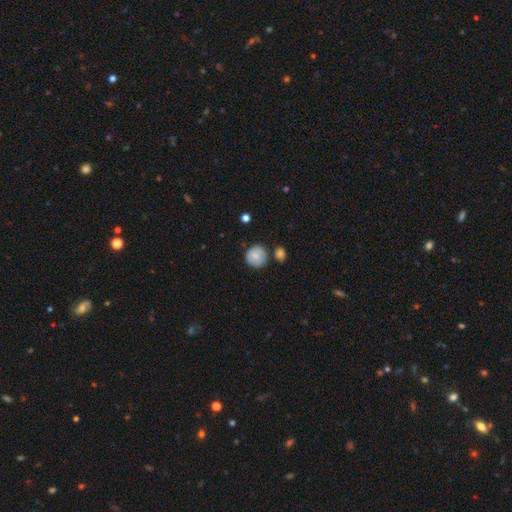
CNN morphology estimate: The model was most divided on "merging": none: 72%, minor disturbance: 17%, merger: 7%, major disturbance: 3%. More confident: how rounded — round (91%); smooth or featured — smooth (78%).